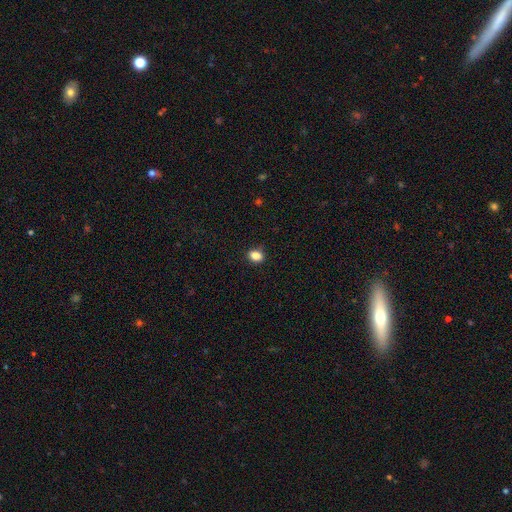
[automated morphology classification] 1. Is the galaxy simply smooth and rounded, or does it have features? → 85% smooth, 10% star or artifact, 5% featured or disk.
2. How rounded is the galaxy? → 59% in between, 40% round, 1% cigar-shaped.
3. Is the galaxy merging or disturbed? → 87% none, 10% minor disturbance, 2% major disturbance, 1% merger.